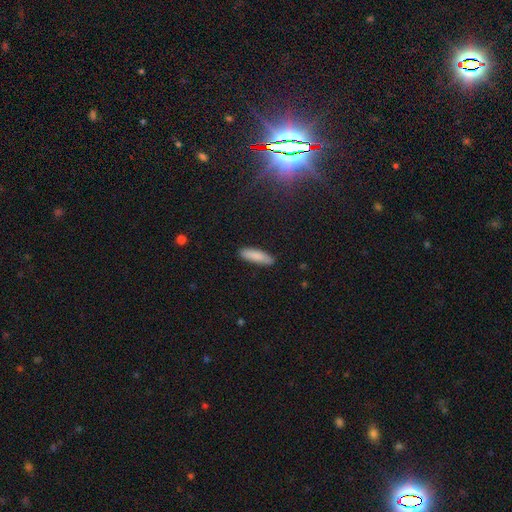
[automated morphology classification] Smooth or featured?
  - smooth: 86% *
  - featured or disk: 8%
  - star or artifact: 6%
How rounded?
  - cigar-shaped: 64% *
  - in between: 35%
  - round: 1%
Merging?
  - none: 88% *
  - minor disturbance: 9%
  - major disturbance: 2%
  - merger: 1%